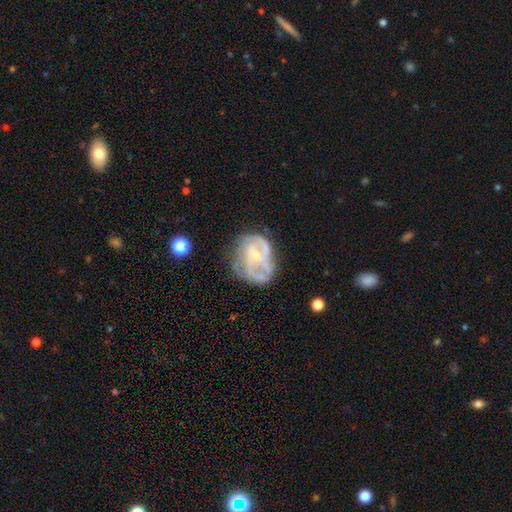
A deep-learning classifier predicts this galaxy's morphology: A featured or disk galaxy (79%) with no bar (55%), 2 (34%) medium (44%) spiral arms (80%) and a small central bulge (67%).

Vote fractions:
- Smooth or featured? featured or disk: 79% / smooth: 15% / star or artifact: 7%
- Edge-on disk? no: 98% / yes: 2%
- Bar? no: 55% / weak: 36% / strong: 9%
- Spiral arms? yes: 80% / no: 20%
- Spiral winding? medium: 44% / tight: 35% / loose: 21%
- Spiral arm count? 2: 34% / can't tell: 30% / 3: 21% / 1: 7% / 4: 5% / more than 4: 3%
- Bulge size? small: 67% / moderate: 25% / none: 6% / large: 1% / dominant: 1%
- Merging? none: 43% / major disturbance: 27% / minor disturbance: 26% / merger: 4%